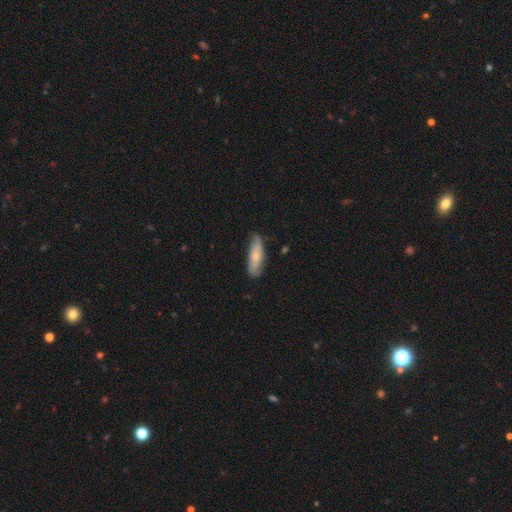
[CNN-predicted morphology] A smooth galaxy with no disk features (64%) that is in between round and cigar-shaped (52%). Merging: none (69%).